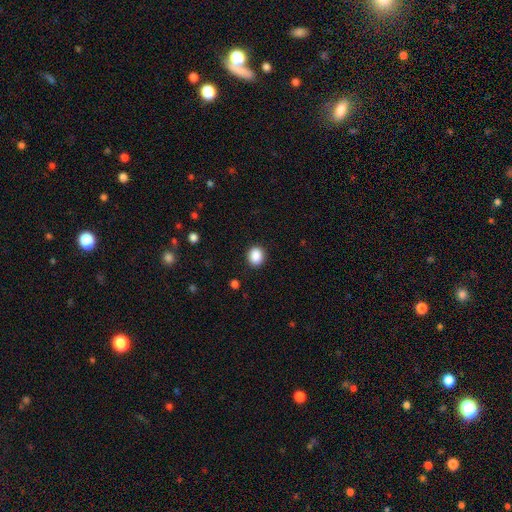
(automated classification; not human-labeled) smooth-or-featured: smooth: 89% | star or artifact: 9% | featured or disk: 3%
  how-rounded: round: 63% | in between: 36% | cigar-shaped: 1%
  merging: none: 89% | minor disturbance: 7% | major disturbance: 2% | merger: 1%